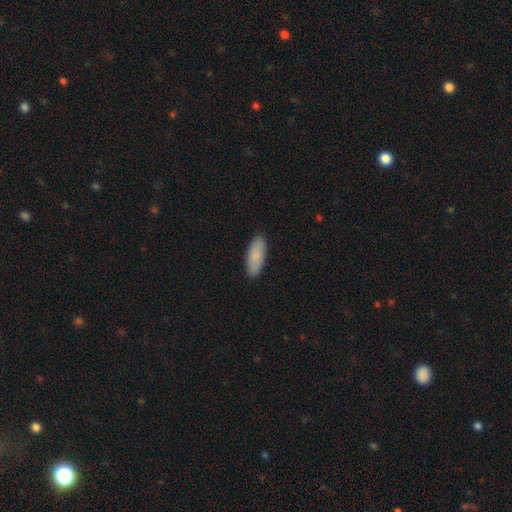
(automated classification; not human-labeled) Q: Smooth or featured?
A: smooth (88%); runner-up: featured or disk (7%)
Q: How rounded?
A: in between (70%); runner-up: cigar-shaped (28%)
Q: Merging?
A: none (89%); runner-up: minor disturbance (8%)